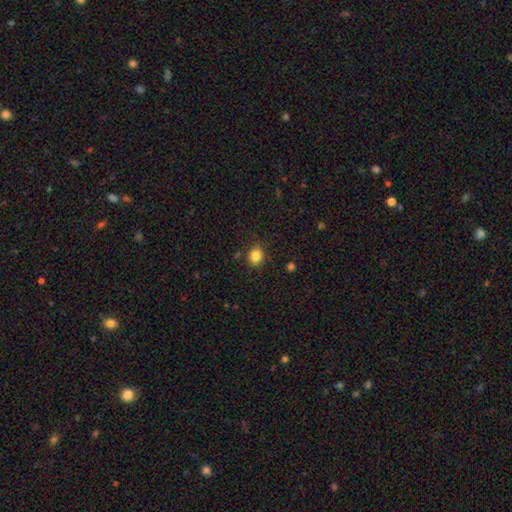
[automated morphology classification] A smooth galaxy with no disk features (84%) that is round (68%). Merging: none (84%).